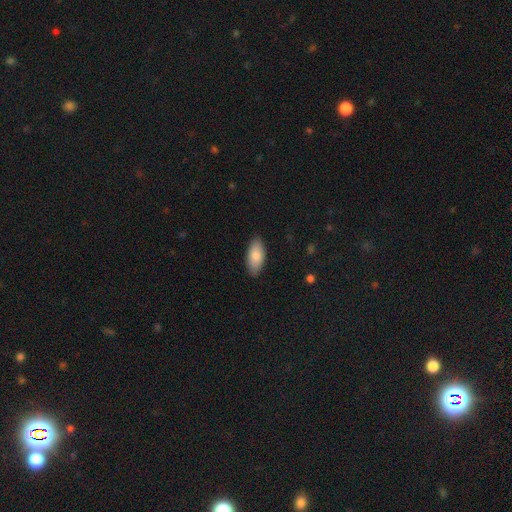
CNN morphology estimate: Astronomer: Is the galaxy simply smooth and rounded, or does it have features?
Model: smooth — 86%.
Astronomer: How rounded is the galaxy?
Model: in between — 91%.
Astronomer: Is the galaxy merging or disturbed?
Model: none — 87%.